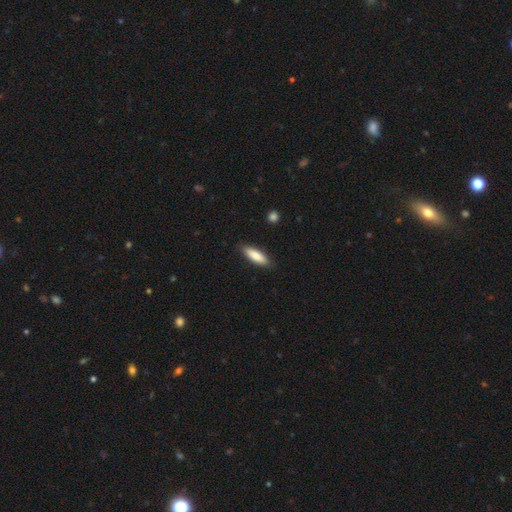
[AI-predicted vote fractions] This is clearly a smooth galaxy (84%). How rounded: possibly cigar-shaped (49%, tied with in between). Merging: clearly none (87%).